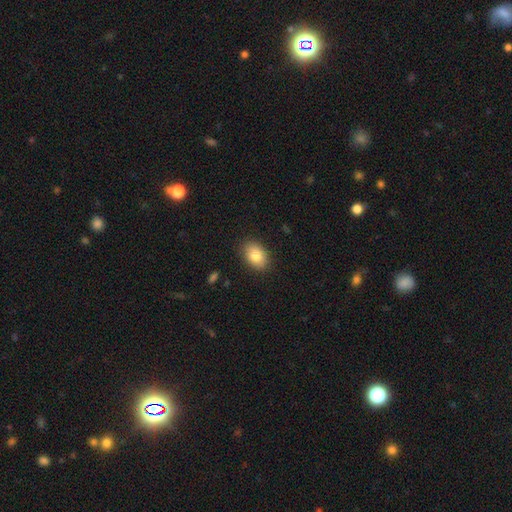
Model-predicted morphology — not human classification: A smooth galaxy with no disk features (83%) that is in between round and cigar-shaped (83%). Merging: none (87%).